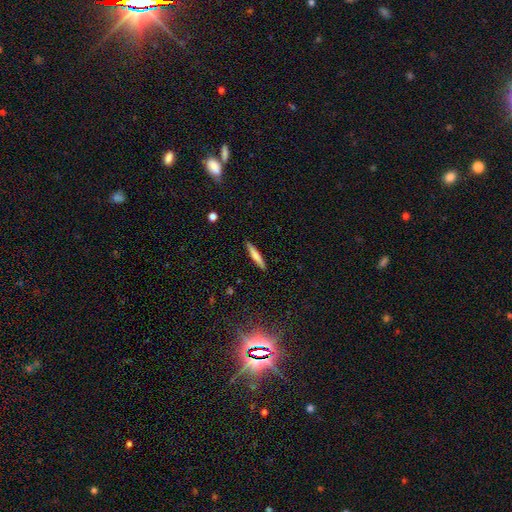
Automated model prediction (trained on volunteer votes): Q: Smooth or featured?
A: smooth (71%); runner-up: featured or disk (23%)
Q: How rounded?
A: cigar-shaped (93%); runner-up: in between (6%)
Q: Merging?
A: none (90%); runner-up: minor disturbance (7%)